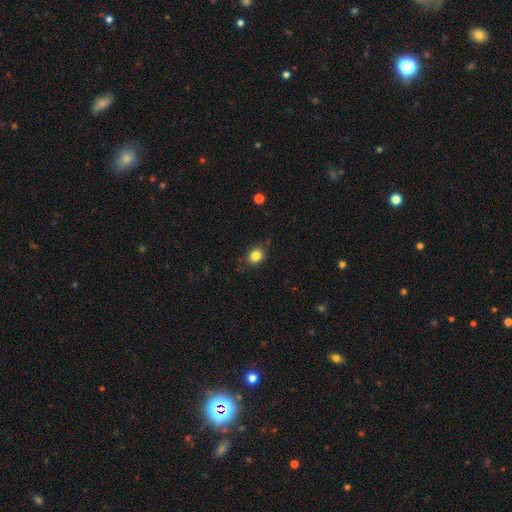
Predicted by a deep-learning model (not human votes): smooth-or-featured: smooth: 82% | star or artifact: 11% | featured or disk: 7%
  how-rounded: round: 60% | in between: 39% | cigar-shaped: 1%
  merging: none: 80% | minor disturbance: 15% | major disturbance: 3% | merger: 1%